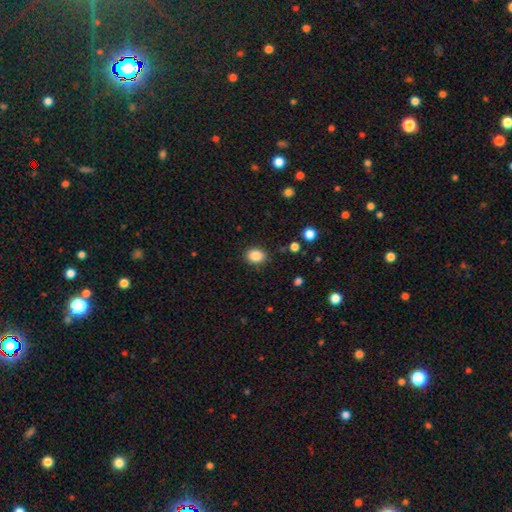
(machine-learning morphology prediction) A smooth galaxy with no disk features (87%) that is in between round and cigar-shaped (50%). Merging: none (87%).